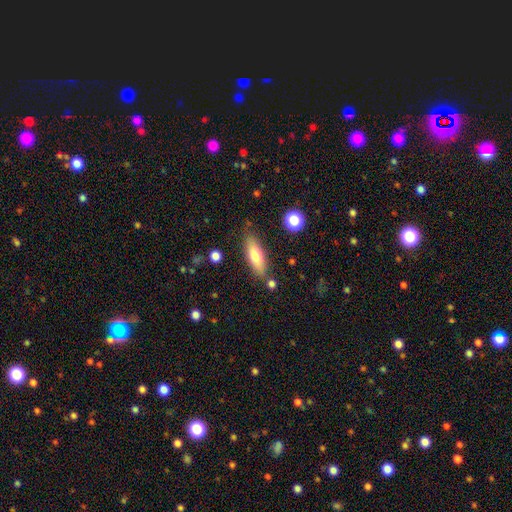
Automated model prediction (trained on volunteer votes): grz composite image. It shows a smooth galaxy with no disk features (69%) that is in between round and cigar-shaped (54%). Merging: none (79%).